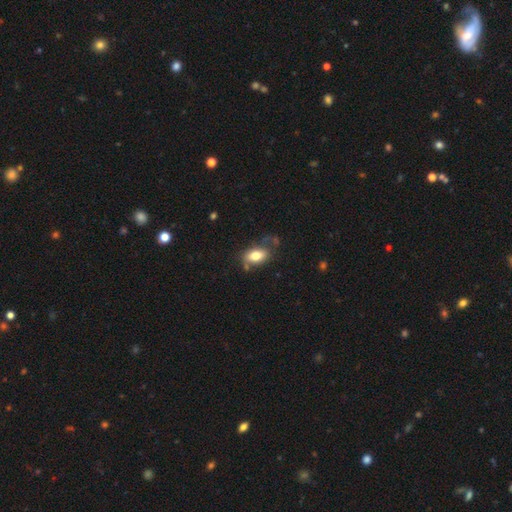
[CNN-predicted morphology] smooth_or_featured: smooth (p=0.75) [alt: featured or disk p=0.17]
how_rounded: in between (p=0.89) [alt: round p=0.08]
merging: none (p=0.54) [alt: minor disturbance p=0.25]